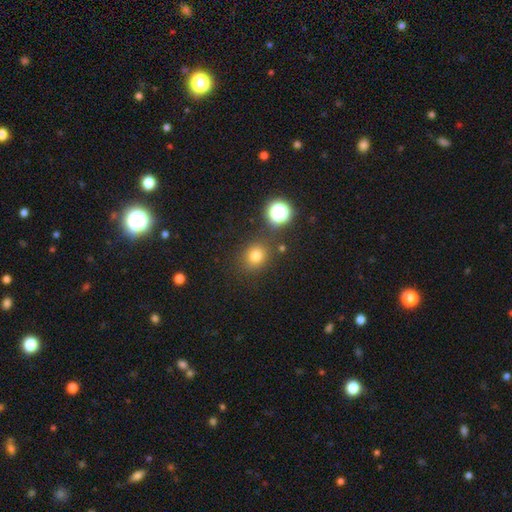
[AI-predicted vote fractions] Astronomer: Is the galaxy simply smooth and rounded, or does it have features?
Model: smooth — 75%.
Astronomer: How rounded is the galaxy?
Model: round — 78%.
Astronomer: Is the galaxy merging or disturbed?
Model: none — 80%.